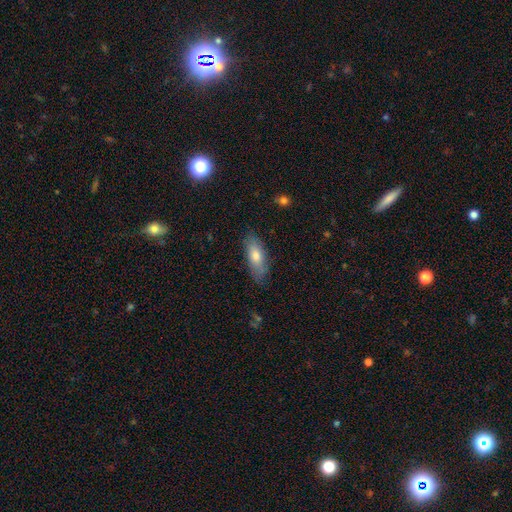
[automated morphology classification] A smooth galaxy with no disk features (64%) that is in between round and cigar-shaped (66%).

Vote fractions:
- Smooth or featured? smooth: 64% / featured or disk: 27% / star or artifact: 9%
- How rounded? in between: 66% / cigar-shaped: 31% / round: 3%
- Merging? none: 81% / minor disturbance: 15% / major disturbance: 3% / merger: 1%